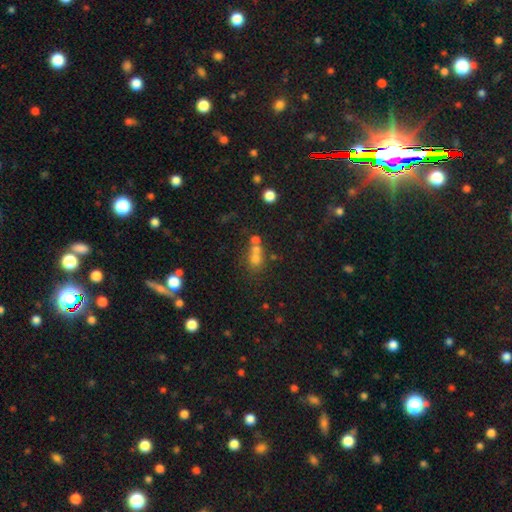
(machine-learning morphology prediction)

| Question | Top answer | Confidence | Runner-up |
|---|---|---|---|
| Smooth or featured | smooth | 61% | featured or disk (20%) |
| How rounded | round | 66% | in between (32%) |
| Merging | merger | 53% | none (32%) |